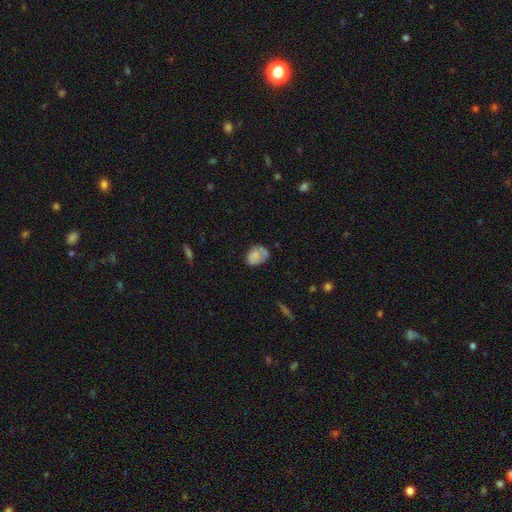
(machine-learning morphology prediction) This appears to be a smooth galaxy with no disk features (71%) that is in between round and cigar-shaped (70%). Merging: none (52%).